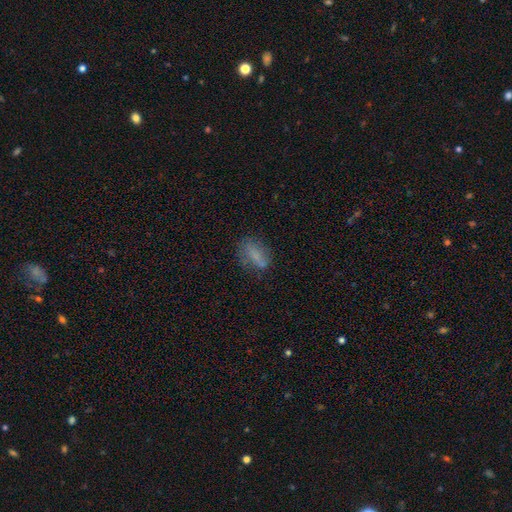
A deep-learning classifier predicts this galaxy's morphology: This is likely a smooth galaxy (68%). How rounded: likely in between (77%). Merging: possibly none (59%).